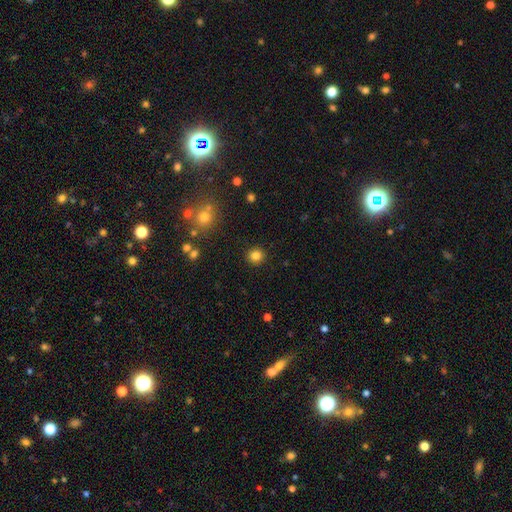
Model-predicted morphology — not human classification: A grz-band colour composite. It shows a smooth galaxy with no disk features (83%) that is round (91%). Merging: none (91%).